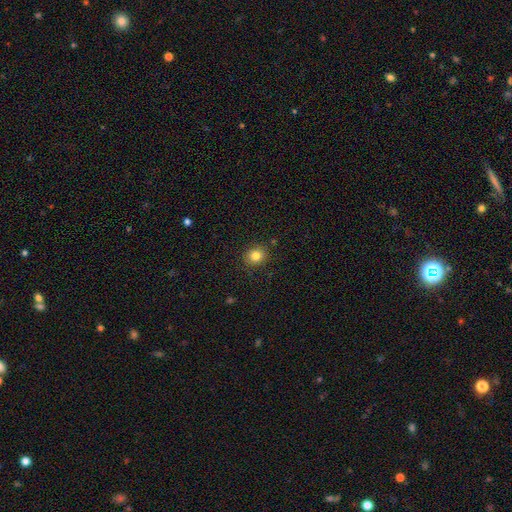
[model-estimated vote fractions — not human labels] Morphology: type=smooth (82%); roundness=round (74%); merging=none (88%).